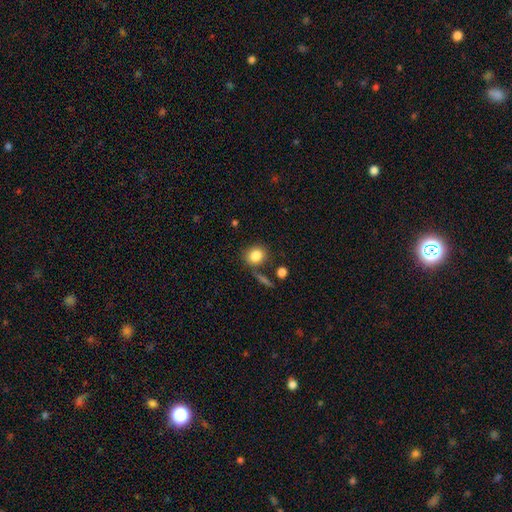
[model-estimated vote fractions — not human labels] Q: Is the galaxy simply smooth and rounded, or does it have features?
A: smooth — 84%.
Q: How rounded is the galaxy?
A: round — 74%.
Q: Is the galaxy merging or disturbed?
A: none — 75%.